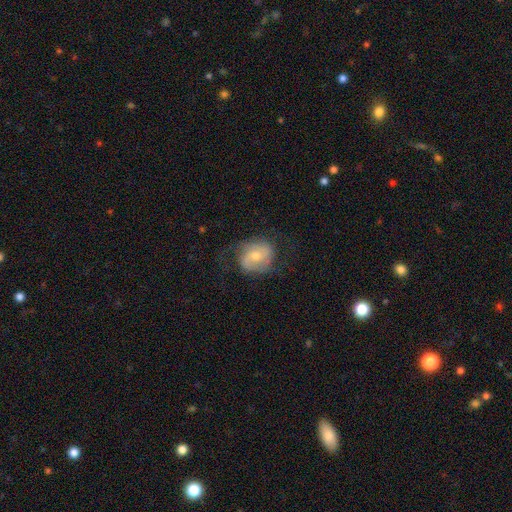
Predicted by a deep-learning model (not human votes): featured or disk 62%, smooth 30%, star or artifact 8%. Down the decision tree: edge-on disk — no (97%); bar — no (47%); spiral arms — yes (82%); bulge size — moderate (54%); merging — none (62%).